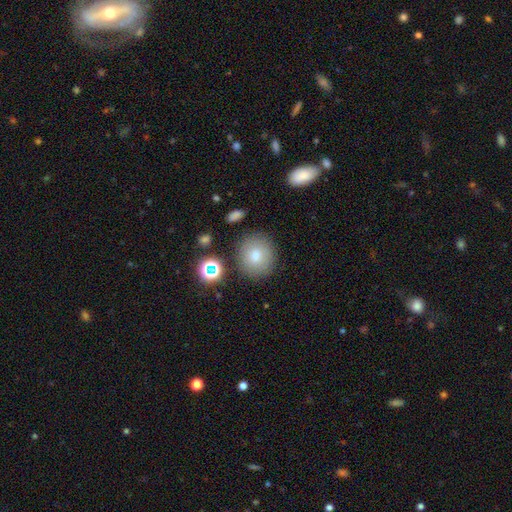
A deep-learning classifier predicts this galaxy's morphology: smooth-or-featured: smooth: 78% | featured or disk: 11% | star or artifact: 11%
  how-rounded: round: 80% | in between: 19% | cigar-shaped: 1%
  merging: none: 81% | minor disturbance: 11% | merger: 4% | major disturbance: 4%